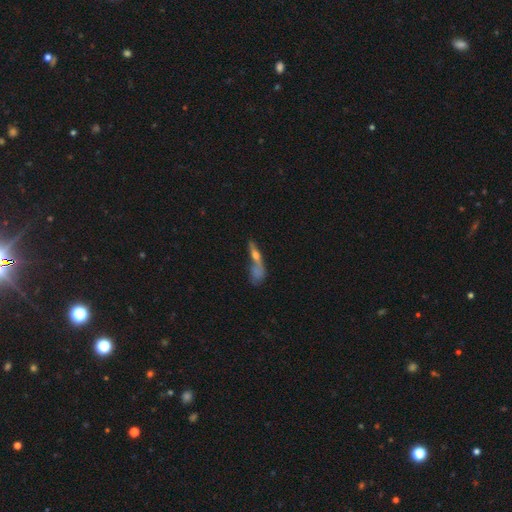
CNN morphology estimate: The model was most divided on "merging": none: 33%, merger: 31%, major disturbance: 20%, minor disturbance: 15%. Remaining: smooth or featured — featured or disk (45%).